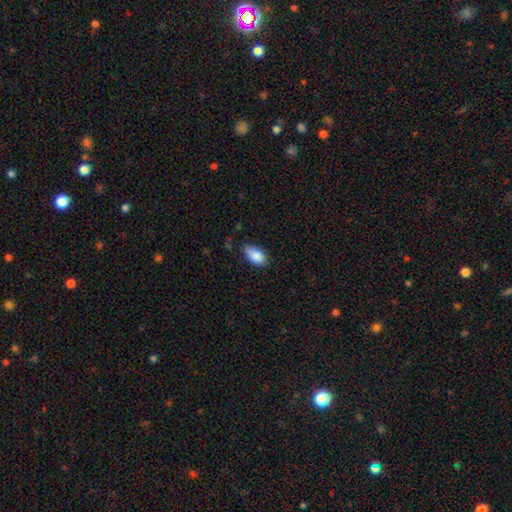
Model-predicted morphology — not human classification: smooth_or_featured: smooth (p=0.88) [alt: star or artifact p=0.07]
how_rounded: in between (p=0.93) [alt: round p=0.04]
merging: none (p=0.68) [alt: minor disturbance p=0.27]